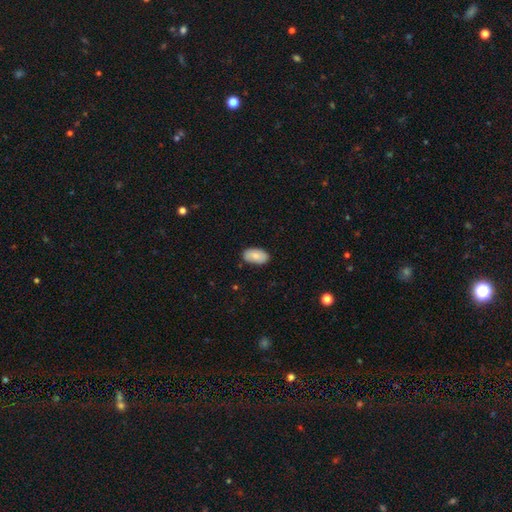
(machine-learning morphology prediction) Smooth or featured? Predicted: smooth (p=0.82). How rounded? Predicted: in between (p=0.95). Merging? Predicted: none (p=0.85).